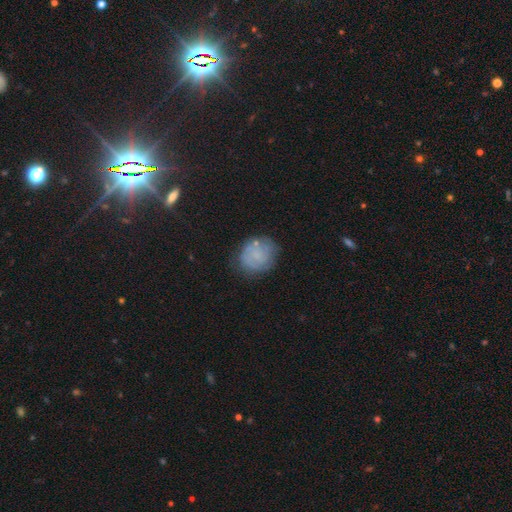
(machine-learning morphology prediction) Smooth or featured? smooth (46%)
Merging? none (69%)